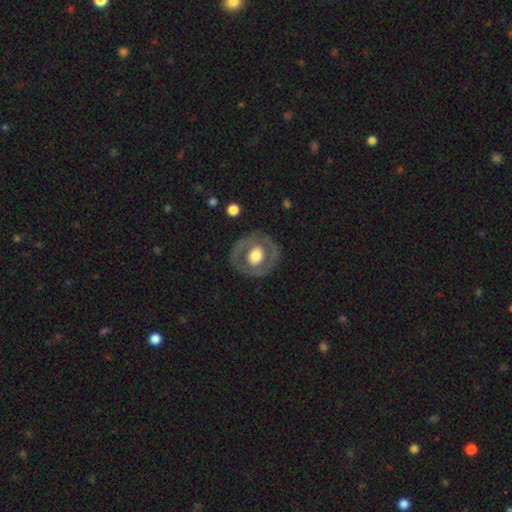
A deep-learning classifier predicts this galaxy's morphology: Smooth or featured? Predicted: featured or disk (p=0.54). Edge-on disk? Predicted: no (p=0.95). Bar? Predicted: no (p=0.83). Spiral arms? Predicted: no (p=0.86). Bulge size? Predicted: large (p=0.50). Merging? Predicted: none (p=0.80).